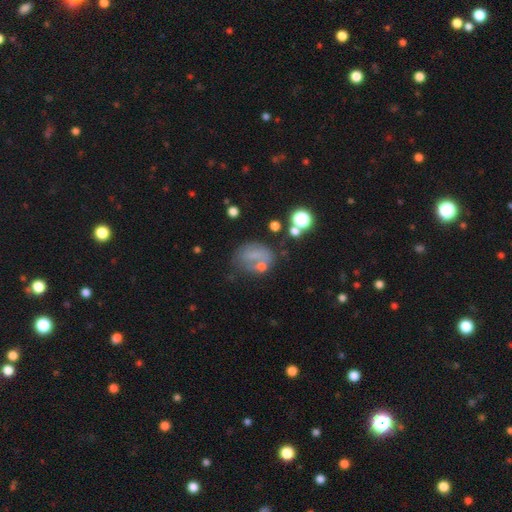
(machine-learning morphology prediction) The model was most divided on "how rounded": in between: 58%, round: 41%, cigar-shaped: 2%. Remaining: smooth or featured — smooth (51%); merging — none (45%).